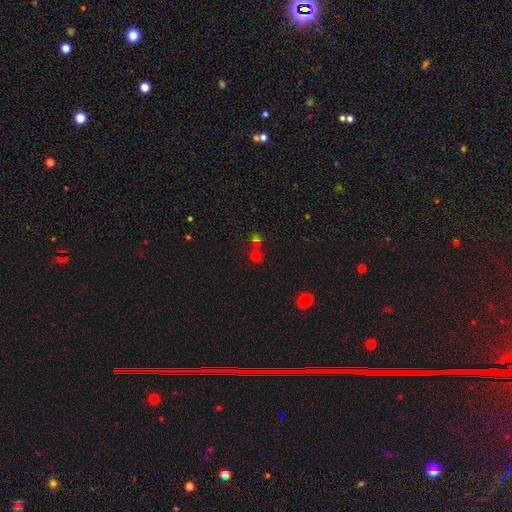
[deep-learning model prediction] smooth 62%, star or artifact 30%, featured or disk 8%. Down the decision tree: how rounded — round (87%); merging — none (57%).